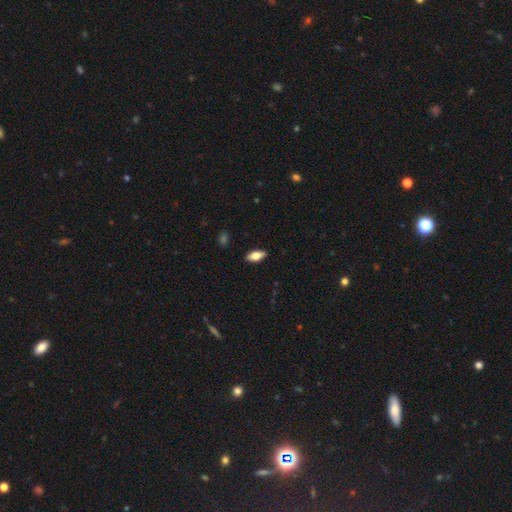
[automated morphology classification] Smooth or featured?
  - smooth: 68% *
  - featured or disk: 25%
  - star or artifact: 7%
How rounded?
  - in between: 84% *
  - cigar-shaped: 13%
  - round: 3%
Merging?
  - none: 88% *
  - minor disturbance: 9%
  - major disturbance: 2%
  - merger: 1%